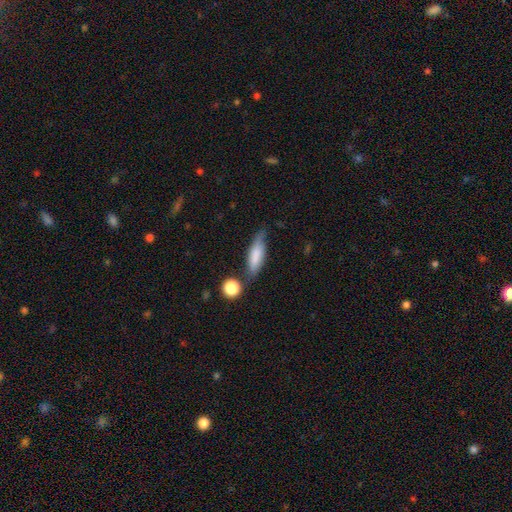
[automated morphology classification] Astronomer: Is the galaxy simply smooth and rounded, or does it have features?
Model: smooth — 71%.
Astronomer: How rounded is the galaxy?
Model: cigar-shaped — 53% (runner-up: in between, 44%).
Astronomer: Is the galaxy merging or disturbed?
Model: none — 58%.